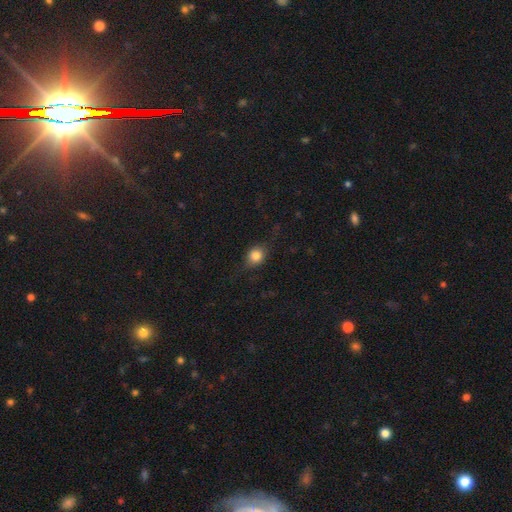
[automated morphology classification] Smooth or featured? smooth (78%)
How rounded? round (69%)
Merging? none (76%)